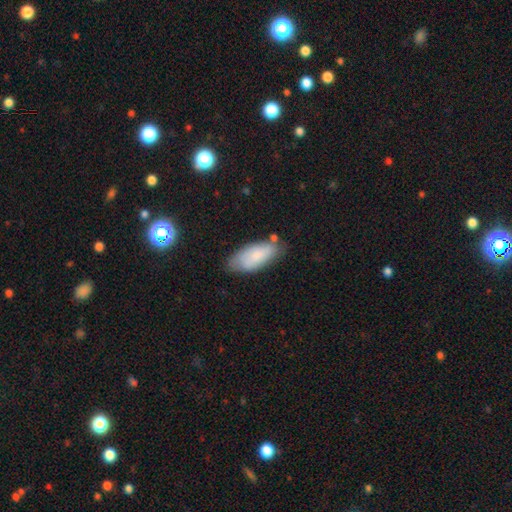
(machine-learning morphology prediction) A smooth galaxy with no disk features (78%) that is in between round and cigar-shaped (84%). Merging: none (66%).